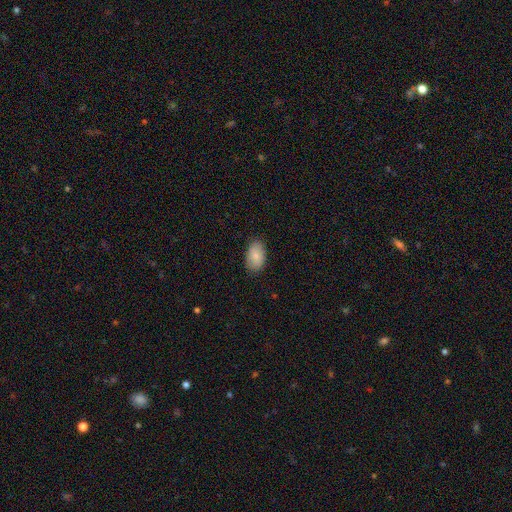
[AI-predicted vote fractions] Q: Smooth or featured?
A: smooth (85%); runner-up: featured or disk (9%)
Q: How rounded?
A: in between (92%); runner-up: round (6%)
Q: Merging?
A: none (86%); runner-up: minor disturbance (11%)